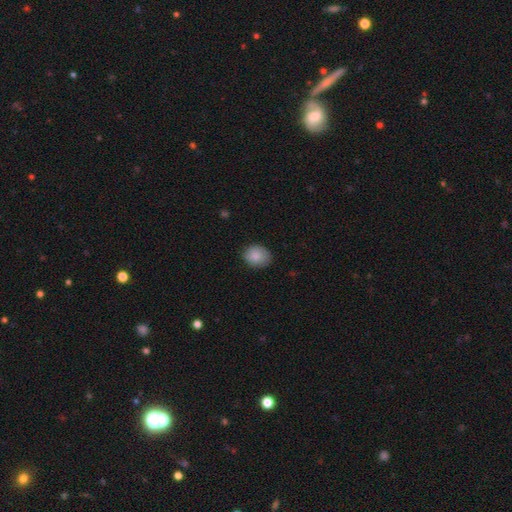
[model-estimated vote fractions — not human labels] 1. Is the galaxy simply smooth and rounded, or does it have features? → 86% smooth, 7% star or artifact, 7% featured or disk.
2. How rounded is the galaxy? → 56% round, 43% in between, 1% cigar-shaped.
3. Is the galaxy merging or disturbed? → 81% none, 15% minor disturbance, 3% major disturbance, 1% merger.